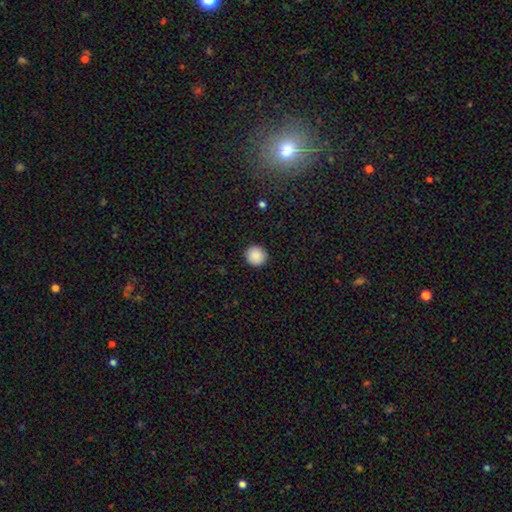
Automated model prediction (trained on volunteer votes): The model was most divided on "smooth or featured": smooth: 89%, star or artifact: 8%, featured or disk: 3%. More confident: how rounded — round (94%); merging — none (93%).